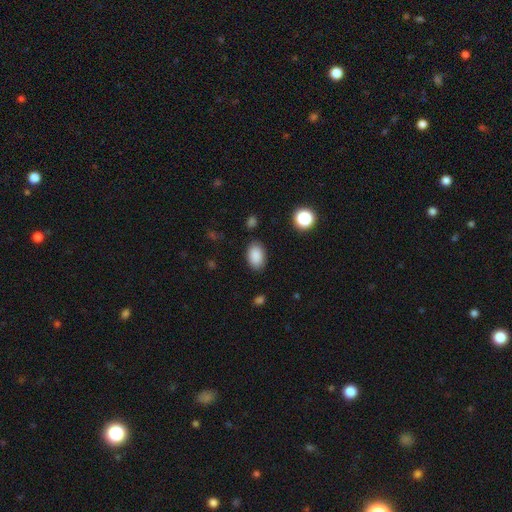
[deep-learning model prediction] smooth_or_featured: smooth (p=0.88) [alt: star or artifact p=0.09]
how_rounded: in between (p=0.88) [alt: round p=0.10]
merging: none (p=0.85) [alt: minor disturbance p=0.10]